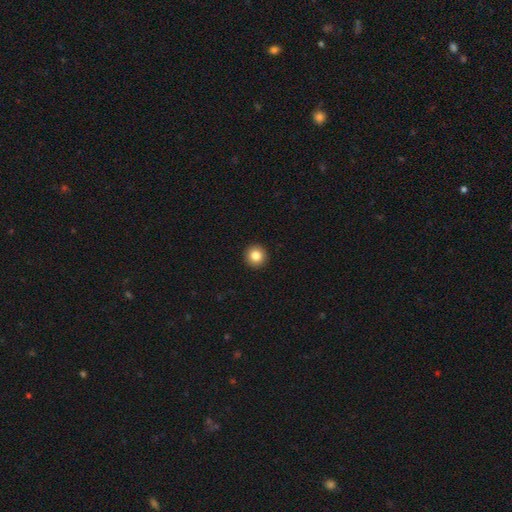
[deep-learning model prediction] Q: Smooth or featured?
A: smooth (83%); runner-up: star or artifact (10%)
Q: How rounded?
A: round (95%); runner-up: in between (4%)
Q: Merging?
A: none (94%); runner-up: minor disturbance (4%)